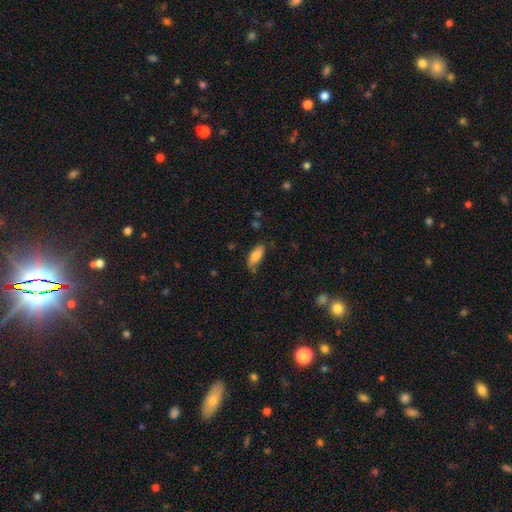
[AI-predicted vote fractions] Smooth or featured? Predicted: smooth (p=0.82). How rounded? Predicted: in between (p=0.86). Merging? Predicted: none (p=0.71).